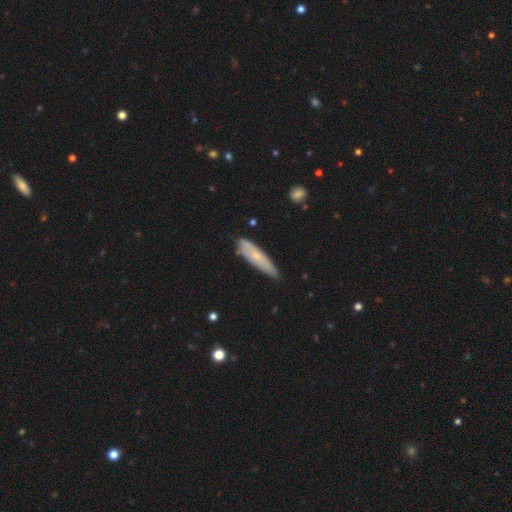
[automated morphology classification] Smooth or featured: smooth — 61% (featured or disk — 32%)
How rounded: cigar-shaped — 72% (in between — 26%)
Merging: none — 69% (minor disturbance — 25%)